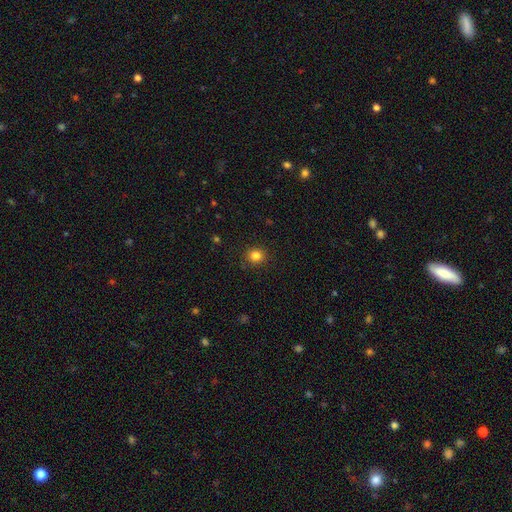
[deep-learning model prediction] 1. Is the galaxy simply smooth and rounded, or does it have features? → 83% smooth, 12% star or artifact, 5% featured or disk.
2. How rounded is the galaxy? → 84% round, 15% in between, 1% cigar-shaped.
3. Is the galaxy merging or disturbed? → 89% none, 7% minor disturbance, 2% major disturbance, 1% merger.